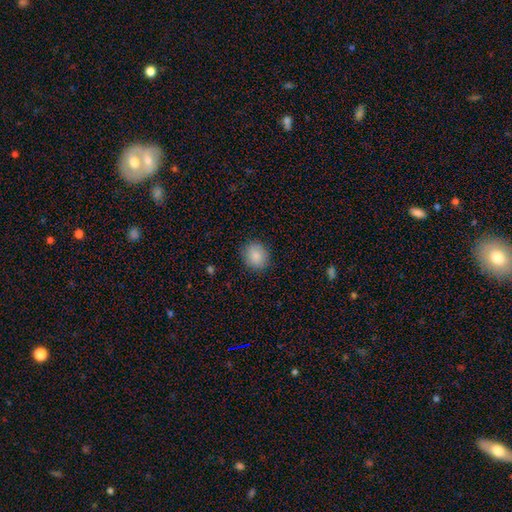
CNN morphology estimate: A smooth galaxy with no disk features (87%) that is round (69%). Merging: none (88%).